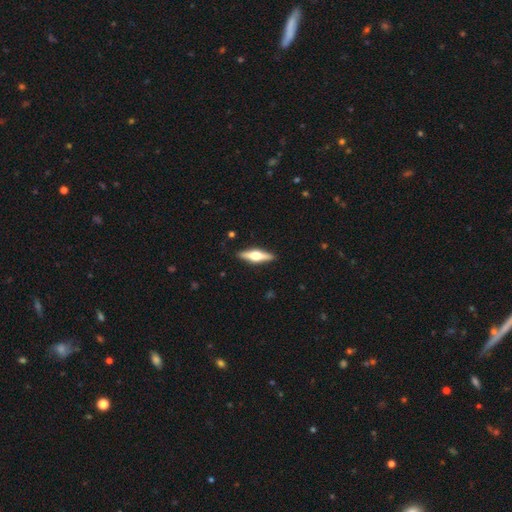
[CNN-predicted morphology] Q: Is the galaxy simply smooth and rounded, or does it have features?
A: featured or disk — 65%.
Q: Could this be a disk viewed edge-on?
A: yes — 96%.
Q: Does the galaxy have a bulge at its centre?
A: rounded — 95%.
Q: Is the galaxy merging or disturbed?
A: none — 89%.